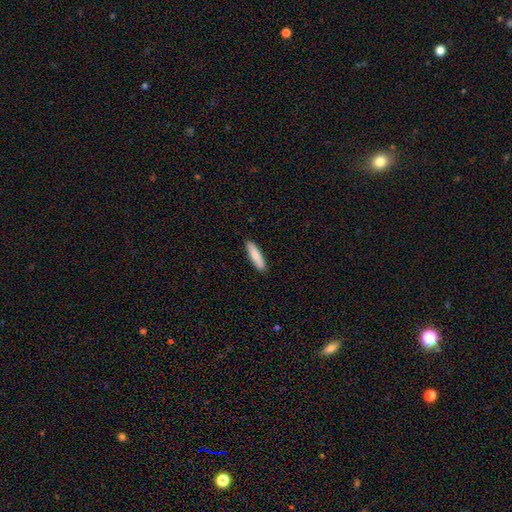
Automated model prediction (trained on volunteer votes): Smooth or featured?
  - smooth: 83% *
  - featured or disk: 12%
  - star or artifact: 5%
How rounded?
  - cigar-shaped: 76% *
  - in between: 22%
  - round: 1%
Merging?
  - none: 89% *
  - minor disturbance: 8%
  - major disturbance: 2%
  - merger: 1%